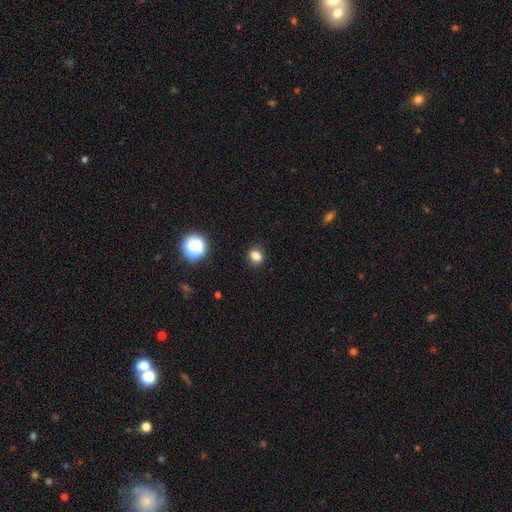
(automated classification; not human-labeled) A smooth galaxy with no disk features (81%) that is round (59%).

Vote fractions:
- Smooth or featured? smooth: 81% / star or artifact: 14% / featured or disk: 5%
- How rounded? round: 59% / in between: 39% / cigar-shaped: 1%
- Merging? none: 88% / minor disturbance: 8% / major disturbance: 2% / merger: 1%